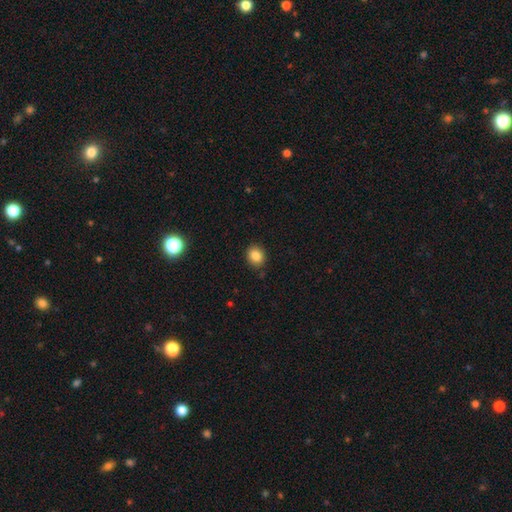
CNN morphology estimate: This is clearly a smooth galaxy (85%). How rounded: likely round (64%). Merging: clearly none (87%).